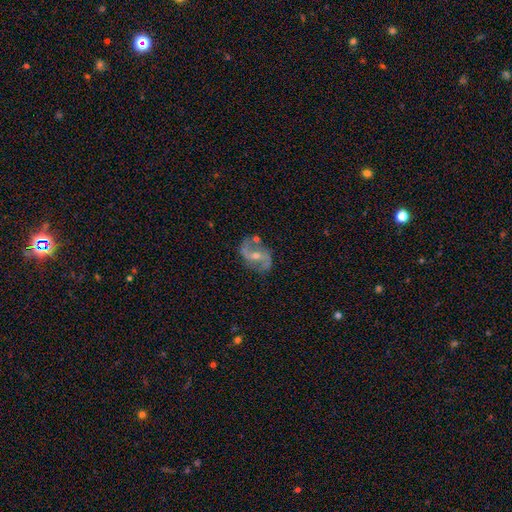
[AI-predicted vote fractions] Overall: featured or disk (86%). Edge-on disk: no (97%). Bar: weak (41%; no 30%). Spiral arms: yes (94%). Spiral arm count: 2 (92%). Spiral winding: loose (58%; medium 33%). Bulge size: small (51%; moderate 45%). Merging: none (75%).